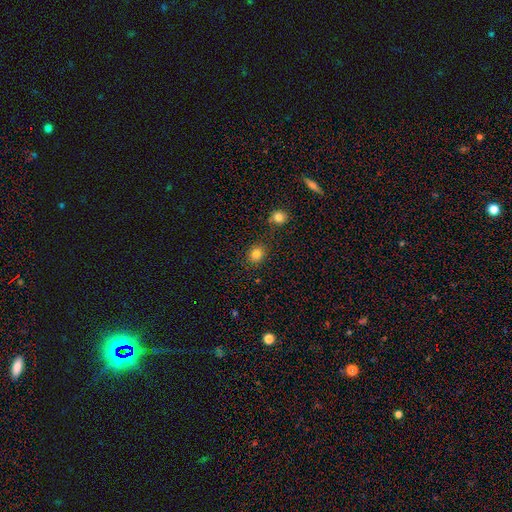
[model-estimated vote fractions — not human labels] Smooth or featured? smooth (71%)
How rounded? round (81%)
Merging? none (85%)